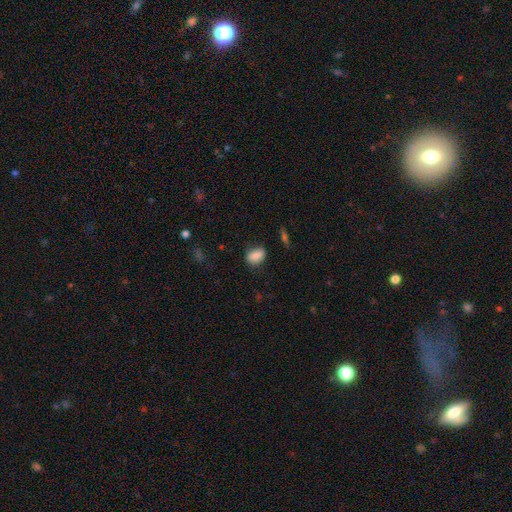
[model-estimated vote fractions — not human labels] Smooth or featured? Predicted: smooth (p=0.86). How rounded? Predicted: in between (p=0.77). Merging? Predicted: none (p=0.77).